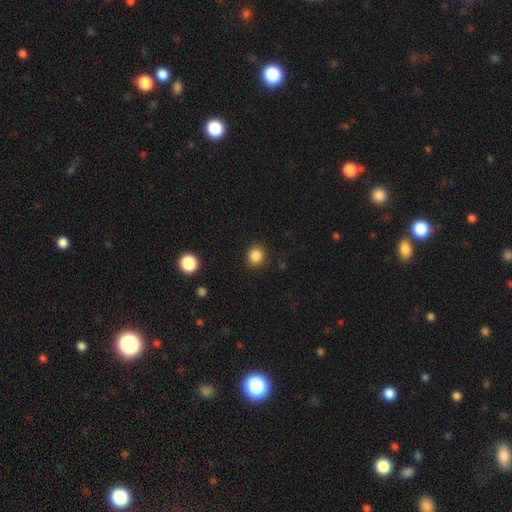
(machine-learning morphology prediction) The model was most divided on "how rounded": round: 75%, in between: 24%, cigar-shaped: 1%. More confident: merging — none (89%); smooth or featured — smooth (85%).